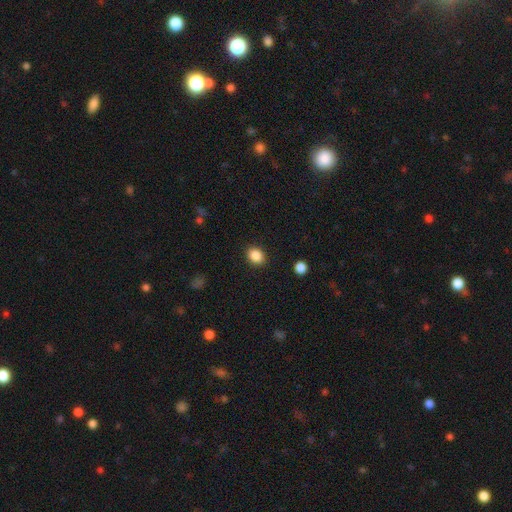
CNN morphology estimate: Smooth or featured?
  - smooth: 87% *
  - star or artifact: 9%
  - featured or disk: 4%
How rounded?
  - round: 52% *
  - in between: 47%
  - cigar-shaped: 1%
Merging?
  - none: 89% *
  - minor disturbance: 7%
  - major disturbance: 2%
  - merger: 1%